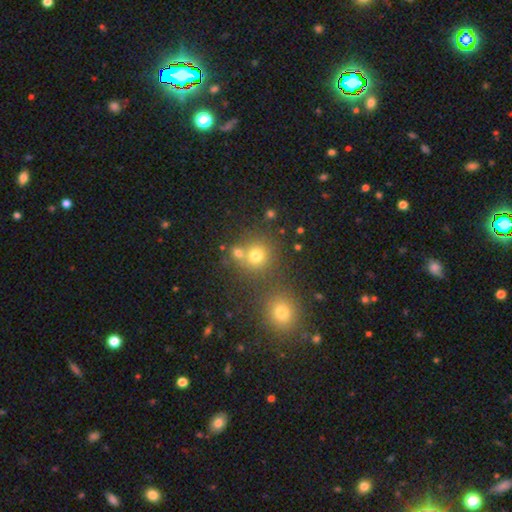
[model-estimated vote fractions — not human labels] Morphology: type=smooth (73%); roundness=round (87%); merging=none (63%).